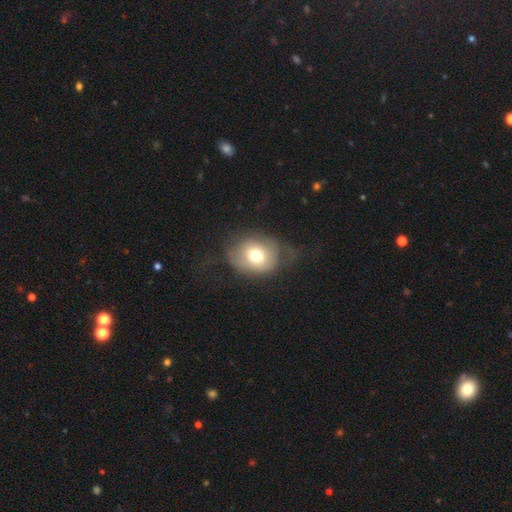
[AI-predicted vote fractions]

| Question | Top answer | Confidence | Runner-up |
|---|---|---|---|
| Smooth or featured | smooth | 69% | featured or disk (20%) |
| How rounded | round | 63% | in between (36%) |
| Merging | none | 50% | minor disturbance (27%) |